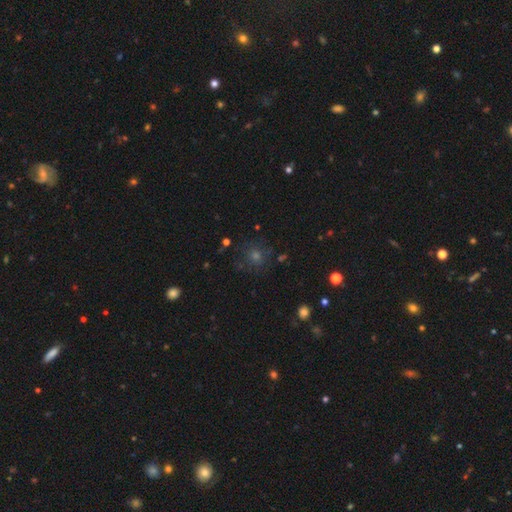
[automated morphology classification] A smooth galaxy with no disk features (47%).

Vote fractions:
- Smooth or featured? smooth: 47% / star or artifact: 37% / featured or disk: 16%
- Merging? none: 81% / minor disturbance: 11% / major disturbance: 5% / merger: 3%